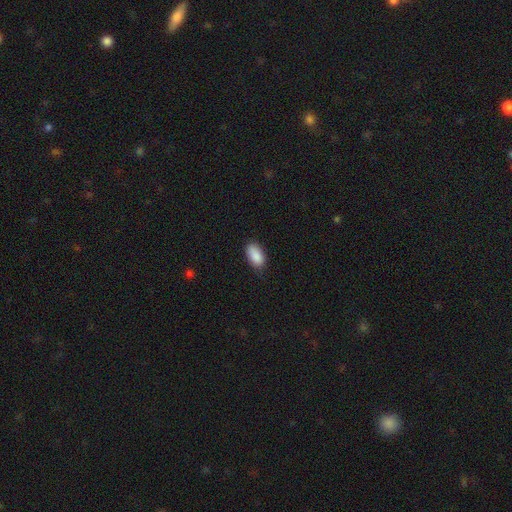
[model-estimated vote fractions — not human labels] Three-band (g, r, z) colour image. It shows a smooth galaxy with no disk features (88%) that is in between round and cigar-shaped (93%). Merging: none (74%).